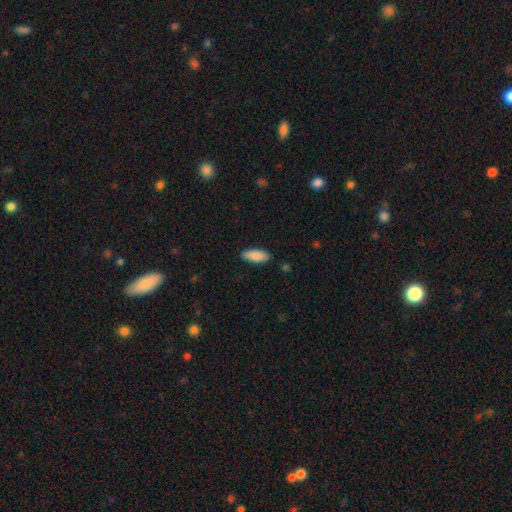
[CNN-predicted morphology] Smooth or featured? smooth (89%)
How rounded? in between (78%)
Merging? none (88%)